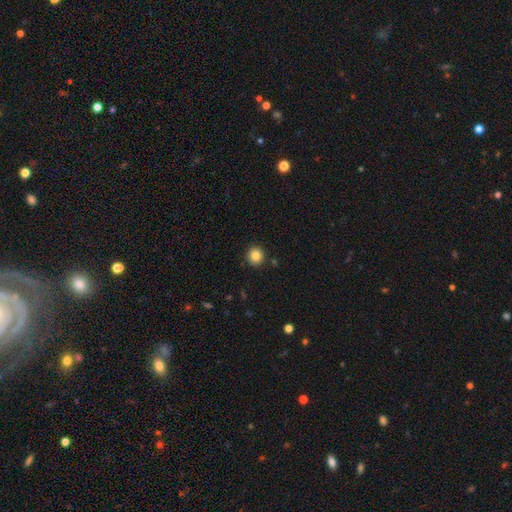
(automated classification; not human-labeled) The model was most divided on "smooth or featured": smooth: 84%, star or artifact: 10%, featured or disk: 5%. More confident: how rounded — round (92%); merging — none (91%).